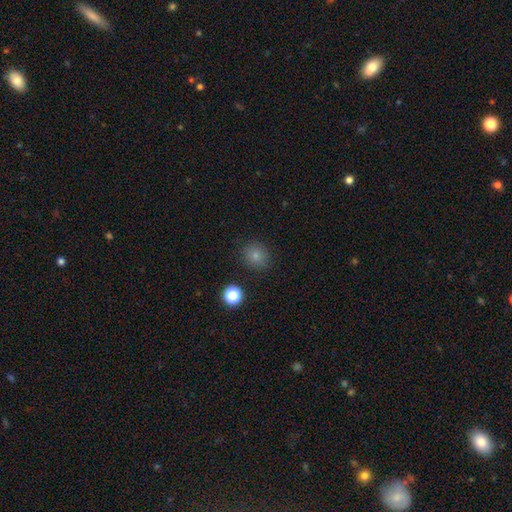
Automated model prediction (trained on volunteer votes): smooth-or-featured: smooth: 81% | star or artifact: 13% | featured or disk: 6%
  how-rounded: round: 85% | in between: 14% | cigar-shaped: 1%
  merging: none: 87% | minor disturbance: 8% | major disturbance: 3% | merger: 2%